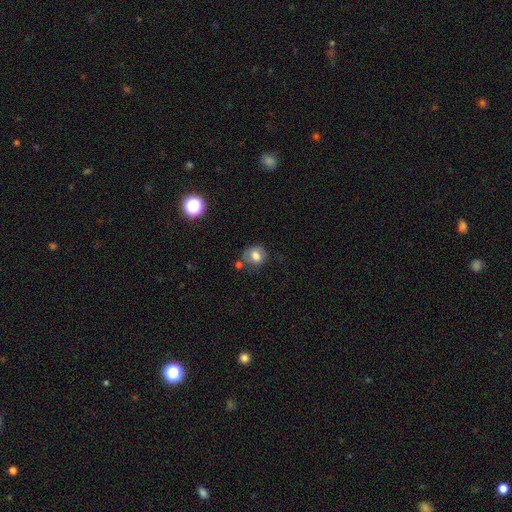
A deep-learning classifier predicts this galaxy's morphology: This appears to be a smooth galaxy with no disk features (75%) that is round (67%). Merging: none (59%).